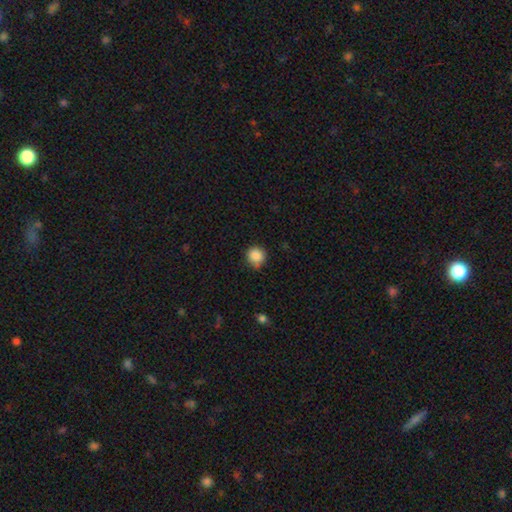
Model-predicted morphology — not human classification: smooth_or_featured: smooth (p=0.87) [alt: star or artifact p=0.10]
how_rounded: round (p=0.92) [alt: in between p=0.07]
merging: none (p=0.81) [alt: minor disturbance p=0.15]